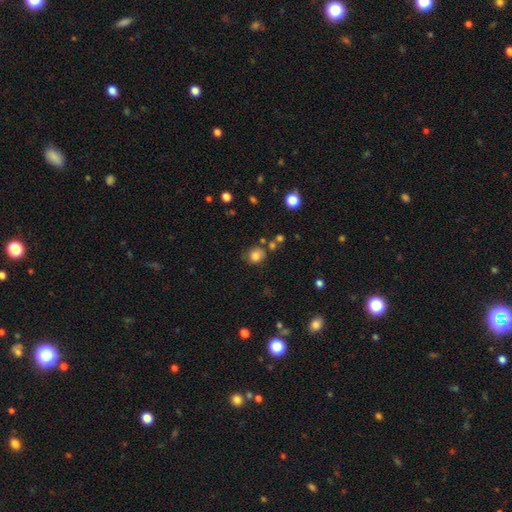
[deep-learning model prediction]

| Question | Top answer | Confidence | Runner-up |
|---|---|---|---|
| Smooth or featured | smooth | 81% | star or artifact (12%) |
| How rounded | round | 75% | in between (24%) |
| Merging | none | 73% | minor disturbance (15%) |